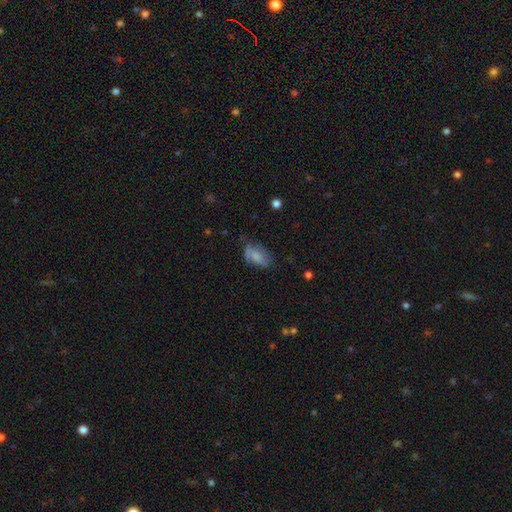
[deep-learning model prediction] Q: Smooth or featured?
A: smooth (74%); runner-up: featured or disk (18%)
Q: How rounded?
A: in between (90%); runner-up: round (5%)
Q: Merging?
A: none (57%); runner-up: minor disturbance (30%)